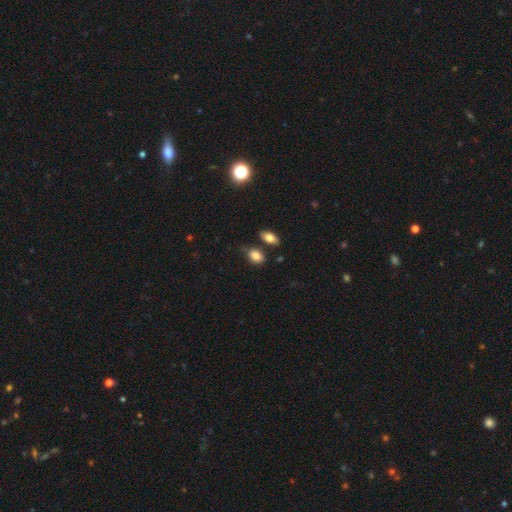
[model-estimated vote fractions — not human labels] Smooth or featured? smooth (83%)
How rounded? in between (79%)
Merging? none (69%)